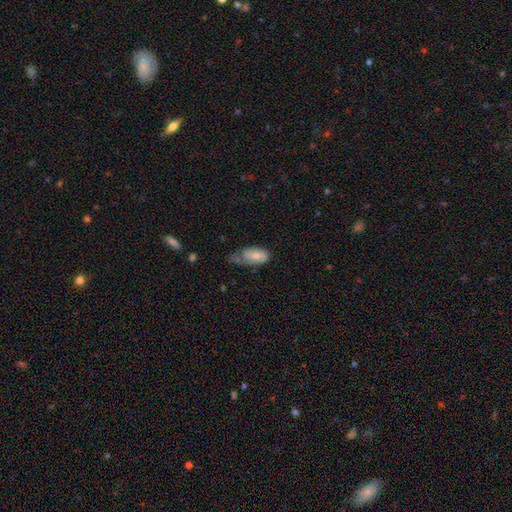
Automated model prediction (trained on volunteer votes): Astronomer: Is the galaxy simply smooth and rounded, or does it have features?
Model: smooth — 59%.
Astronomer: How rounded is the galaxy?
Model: in between — 91%.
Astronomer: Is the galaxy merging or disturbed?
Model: minor disturbance — 40% (runner-up: none, 31%).